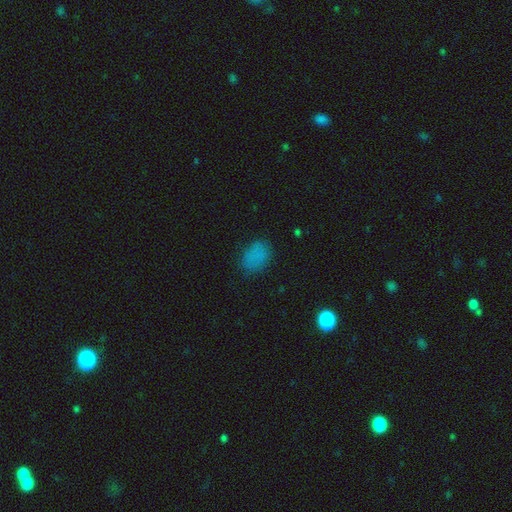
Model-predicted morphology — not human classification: Smooth or featured?
  - smooth: 78% *
  - star or artifact: 15%
  - featured or disk: 7%
How rounded?
  - in between: 78% *
  - round: 21%
  - cigar-shaped: 1%
Merging?
  - none: 74% *
  - minor disturbance: 18%
  - major disturbance: 6%
  - merger: 2%